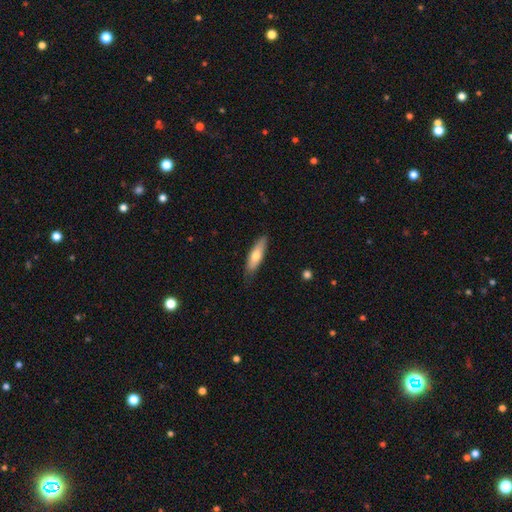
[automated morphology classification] Smooth or featured? Predicted: smooth (p=0.68). How rounded? Predicted: cigar-shaped (p=0.58). Merging? Predicted: none (p=0.77).